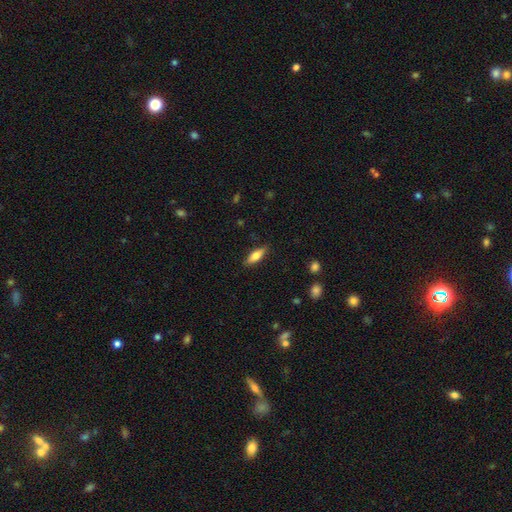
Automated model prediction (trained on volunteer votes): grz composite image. It shows a smooth galaxy with no disk features (59%) that is in between round and cigar-shaped (53%). Merging: none (87%).